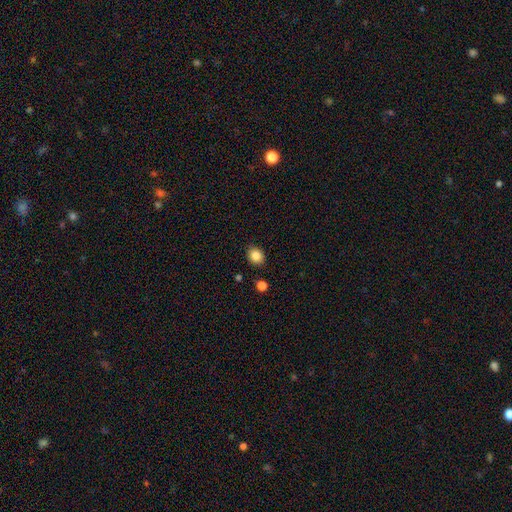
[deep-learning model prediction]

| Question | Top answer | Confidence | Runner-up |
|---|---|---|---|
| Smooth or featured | smooth | 85% | star or artifact (10%) |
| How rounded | round | 62% | in between (38%) |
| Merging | none | 87% | minor disturbance (8%) |